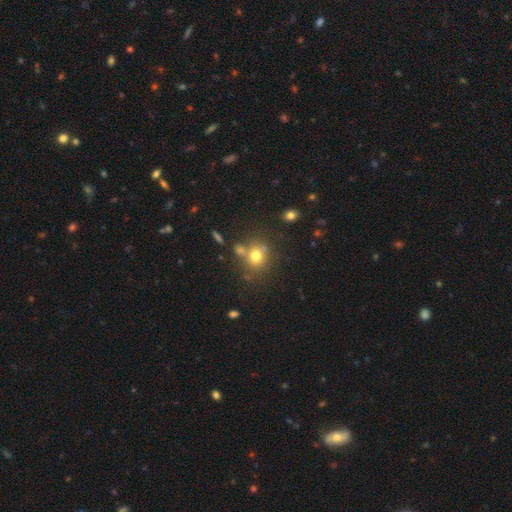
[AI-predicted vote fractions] A smooth galaxy with no disk features (72%) that is round (71%). Merging: none (62%).